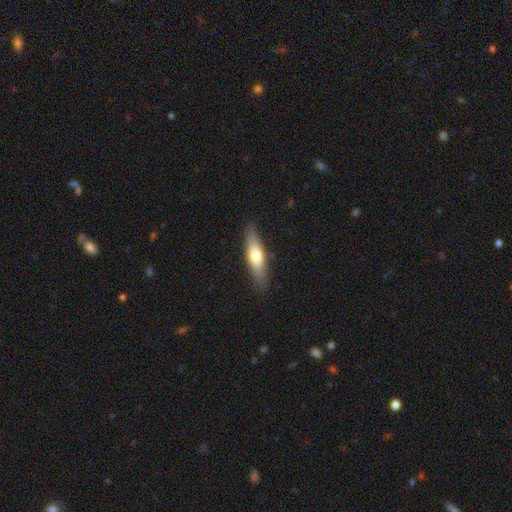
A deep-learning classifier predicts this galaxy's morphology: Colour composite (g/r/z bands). It shows a smooth galaxy with no disk features (61%) that is cigar-shaped (63%). Merging: none (85%).